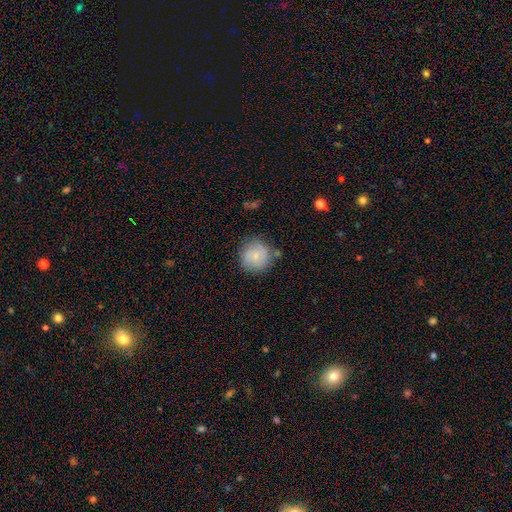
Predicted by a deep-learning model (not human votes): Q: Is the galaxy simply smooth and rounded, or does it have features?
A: smooth — 68%.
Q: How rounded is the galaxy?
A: round — 93%.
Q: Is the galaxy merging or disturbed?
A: none — 75%.